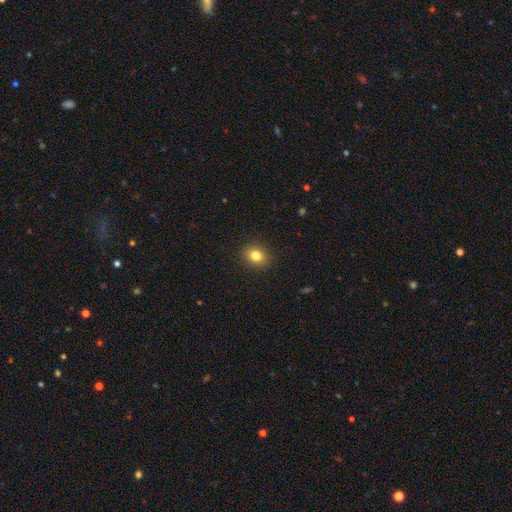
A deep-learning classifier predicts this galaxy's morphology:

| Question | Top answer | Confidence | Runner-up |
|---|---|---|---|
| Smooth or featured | smooth | 81% | star or artifact (11%) |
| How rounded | in between | 52% | round (47%) |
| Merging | none | 90% | minor disturbance (7%) |